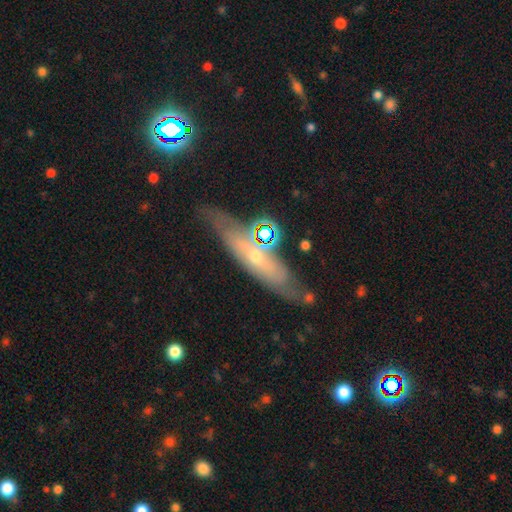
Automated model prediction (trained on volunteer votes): smooth_or_featured: featured or disk (p=0.66) [alt: smooth p=0.25]
disk_edge_on: no (p=0.54) [alt: yes p=0.46]
merging: none (p=0.68) [alt: minor disturbance p=0.20]